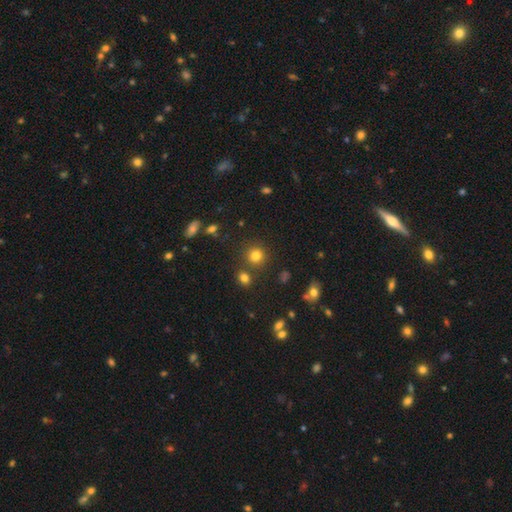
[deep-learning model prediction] A smooth galaxy with no disk features (79%) that is round (89%).

Vote fractions:
- Smooth or featured? smooth: 79% / star or artifact: 15% / featured or disk: 6%
- How rounded? round: 89% / in between: 10% / cigar-shaped: 1%
- Merging? none: 80% / merger: 8% / minor disturbance: 8% / major disturbance: 3%